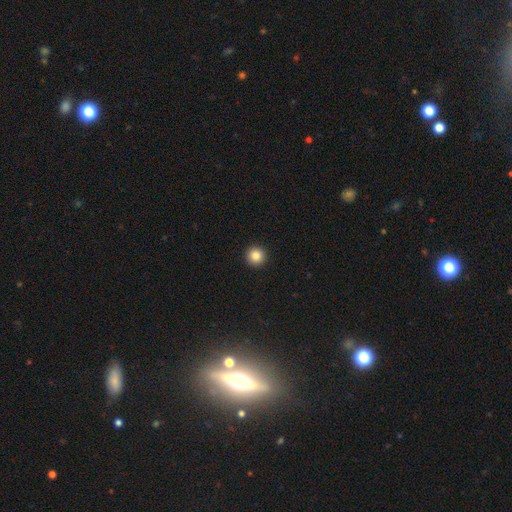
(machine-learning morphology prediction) A smooth galaxy with no disk features (84%) that is round (96%). Merging: none (94%).